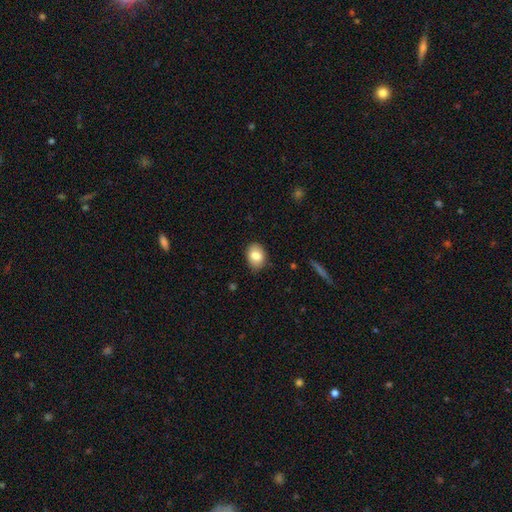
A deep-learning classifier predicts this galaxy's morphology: smooth_or_featured: smooth (p=0.82) [alt: featured or disk p=0.10]
how_rounded: in between (p=0.73) [alt: round p=0.26]
merging: none (p=0.81) [alt: minor disturbance p=0.15]